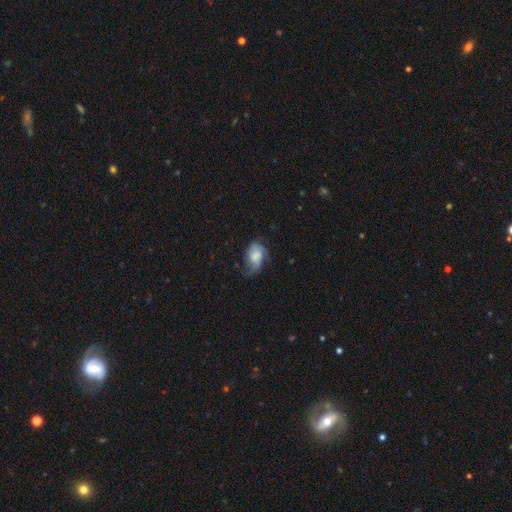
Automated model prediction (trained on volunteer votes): Overall: smooth (46%; featured or disk 44%). Merging: none (38%; minor disturbance 30%).